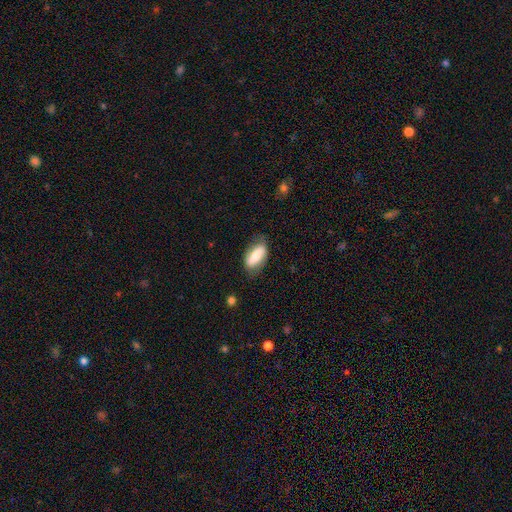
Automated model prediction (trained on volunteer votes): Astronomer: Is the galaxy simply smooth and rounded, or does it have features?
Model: smooth — 60%.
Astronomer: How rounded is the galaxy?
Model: in between — 90%.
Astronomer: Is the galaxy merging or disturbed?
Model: none — 69%.